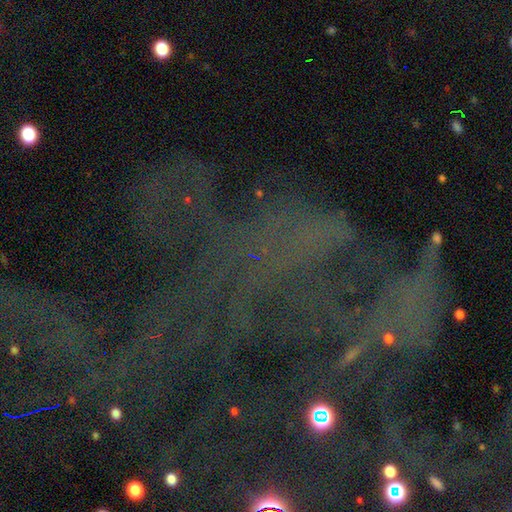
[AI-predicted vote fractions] A star or artifact, not a galaxy (71%).

Vote fractions:
- Smooth or featured? star or artifact: 71% / featured or disk: 17% / smooth: 12%